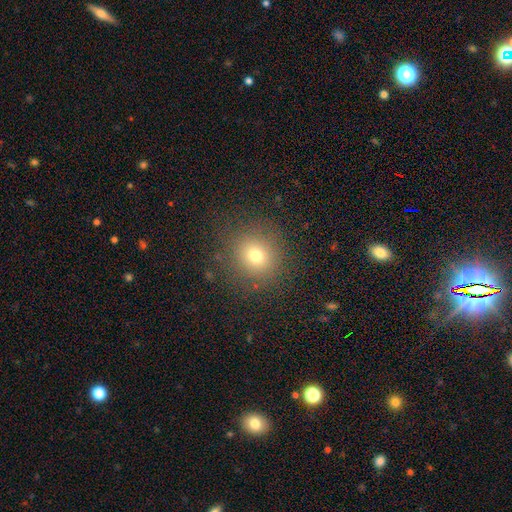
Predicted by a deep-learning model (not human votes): smooth 72%, star or artifact 17%, featured or disk 11%. Down the decision tree: how rounded — round (90%); merging — none (86%).